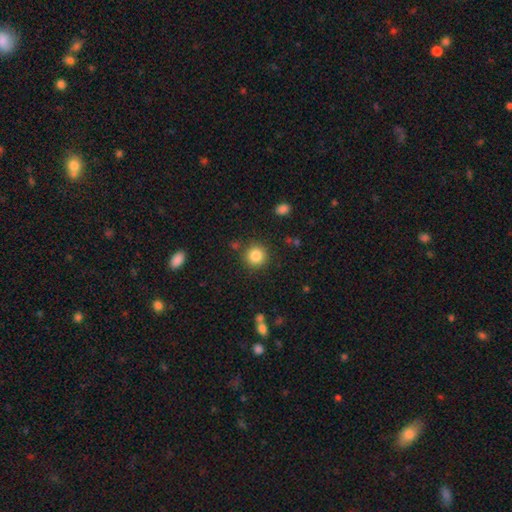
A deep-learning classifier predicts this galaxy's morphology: type=smooth (85%); roundness=round (94%); merging=none (87%).